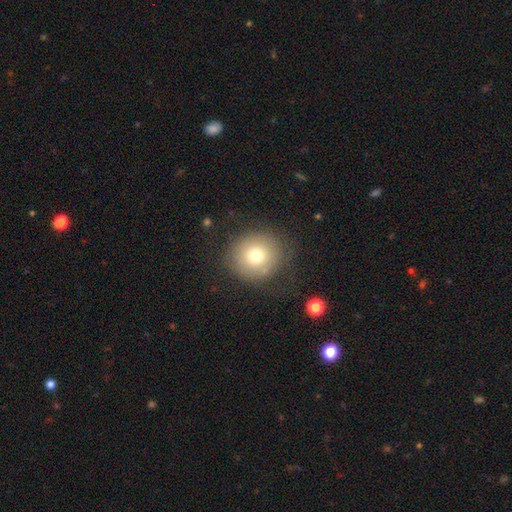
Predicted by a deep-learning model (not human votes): A smooth galaxy with no disk features (73%) that is round (90%).

Vote fractions:
- Smooth or featured? smooth: 73% / featured or disk: 15% / star or artifact: 12%
- How rounded? round: 90% / in between: 9% / cigar-shaped: 1%
- Merging? none: 76% / minor disturbance: 14% / major disturbance: 8% / merger: 2%